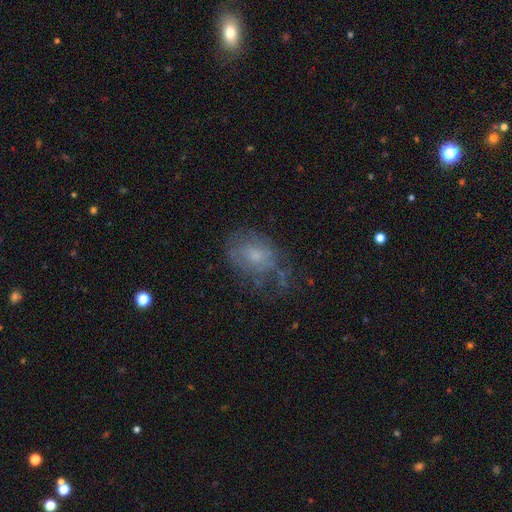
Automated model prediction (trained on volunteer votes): Smooth or featured? smooth (47%)
Merging? none (43%)